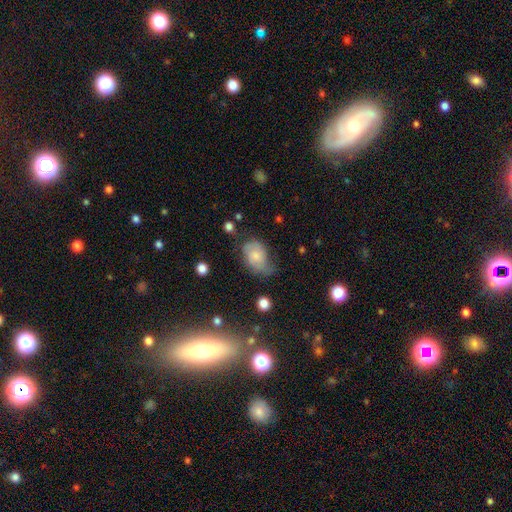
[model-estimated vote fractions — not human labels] smooth_or_featured: smooth (p=0.53) [alt: featured or disk p=0.39]
how_rounded: in between (p=0.81) [alt: round p=0.18]
merging: none (p=0.36) [tied with: minor disturbance p=0.36]